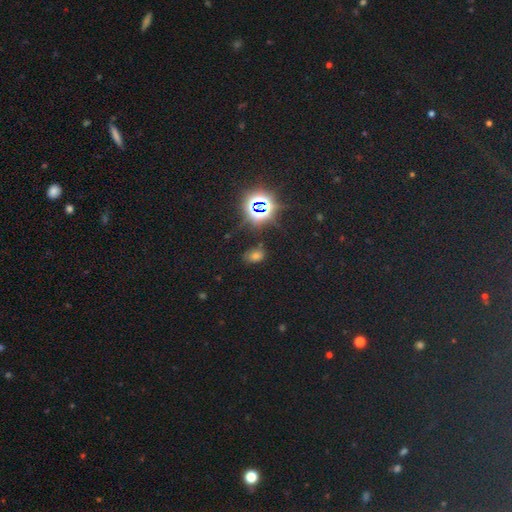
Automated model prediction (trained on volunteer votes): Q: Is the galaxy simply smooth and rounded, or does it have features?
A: star or artifact — 47%.